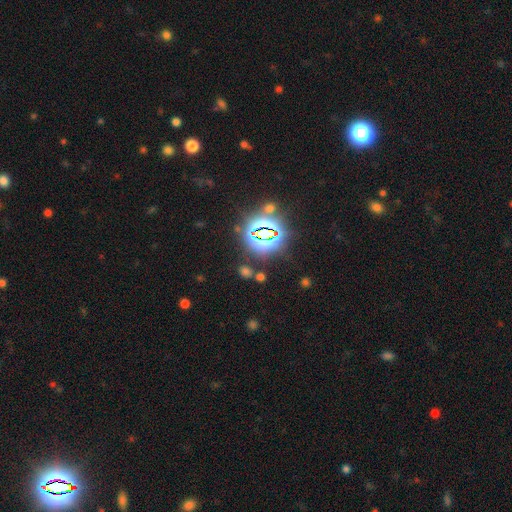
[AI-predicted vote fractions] Smooth or featured?
  - star or artifact: 83% *
  - smooth: 11%
  - featured or disk: 7%